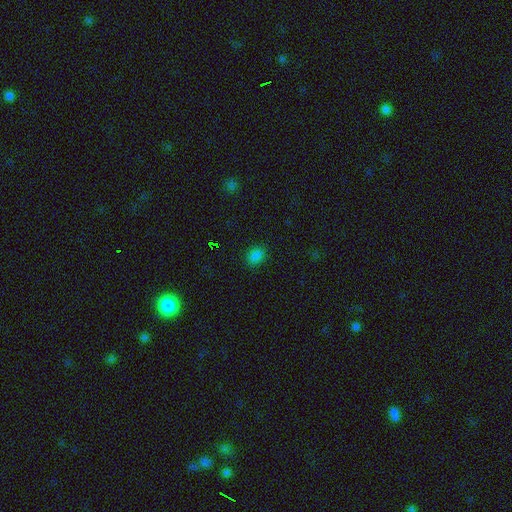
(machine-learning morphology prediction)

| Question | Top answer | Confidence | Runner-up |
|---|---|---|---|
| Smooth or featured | smooth | 81% | star or artifact (15%) |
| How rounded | in between | 58% | round (40%) |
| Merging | none | 87% | minor disturbance (9%) |